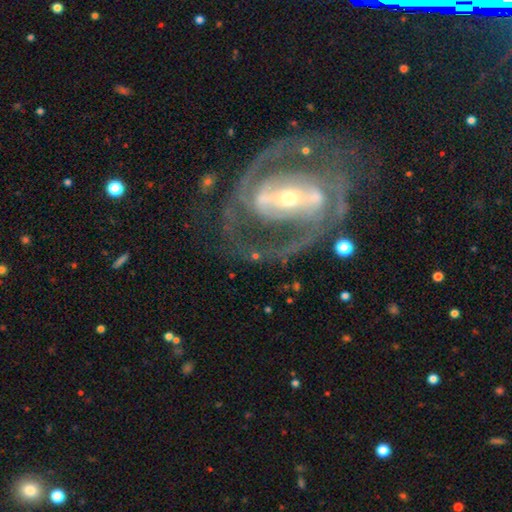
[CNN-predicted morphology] Smooth or featured: featured or disk — 88% (smooth — 6%)
Edge-on disk: no — 96% (yes — 4%)
Bar: strong — 63% (weak — 23%)
Spiral arms: yes — 94% (no — 6%)
Spiral winding: medium — 50% (tight — 36%)
Spiral arm count: 2 — 74% (can't tell — 9%)
Bulge size: small — 64% (moderate — 31%)
Merging: none — 60% (major disturbance — 18%)